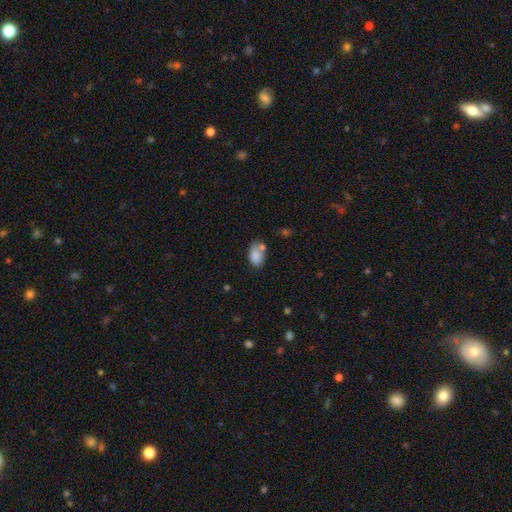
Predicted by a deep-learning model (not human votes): Overall: smooth (81%). How rounded: in between (88%). Merging: none (50%; merger 23%).